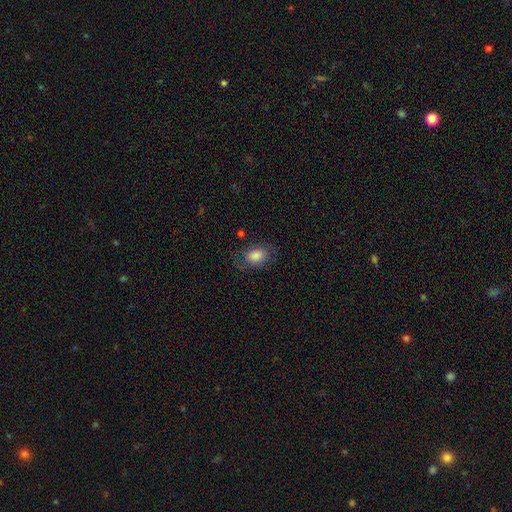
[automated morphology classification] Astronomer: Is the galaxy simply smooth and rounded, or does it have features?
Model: smooth — 81%.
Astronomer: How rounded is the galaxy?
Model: in between — 76%.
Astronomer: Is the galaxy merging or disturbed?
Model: none — 71%.